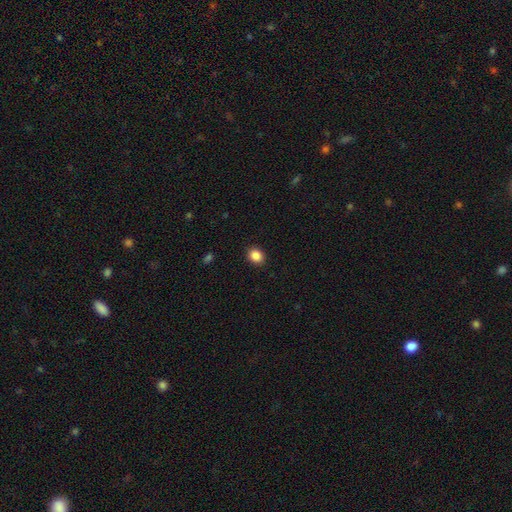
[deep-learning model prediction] smooth_or_featured: smooth (p=0.87) [alt: star or artifact p=0.09]
how_rounded: round (p=0.51) [alt: in between p=0.48]
merging: none (p=0.91) [alt: minor disturbance p=0.06]